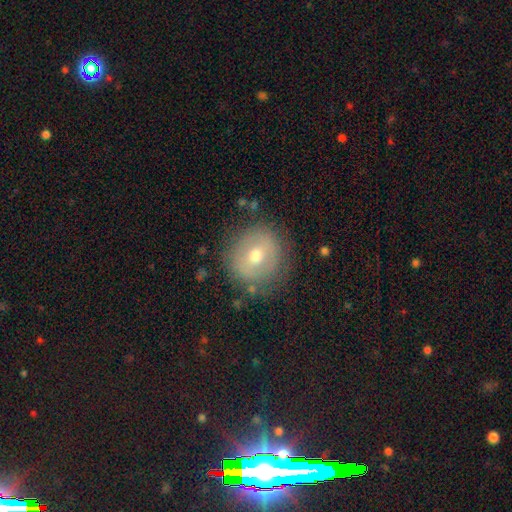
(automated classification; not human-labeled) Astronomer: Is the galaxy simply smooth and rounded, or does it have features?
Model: smooth — 54% (runner-up: featured or disk, 35%).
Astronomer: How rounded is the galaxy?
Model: round — 90%.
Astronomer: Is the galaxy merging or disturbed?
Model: none — 82%.